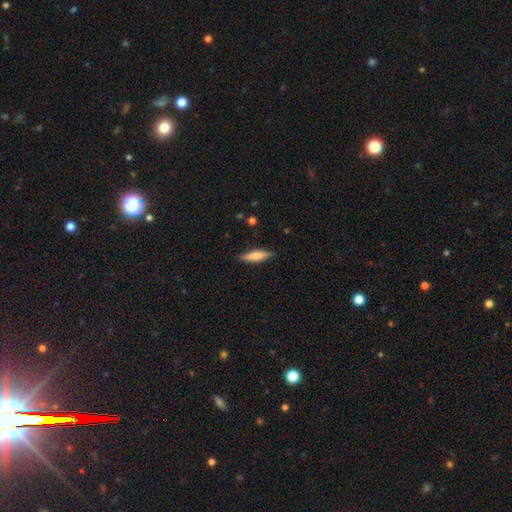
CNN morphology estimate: This appears to be a smooth galaxy with no disk features (65%) that is cigar-shaped (68%). Merging: none (85%).